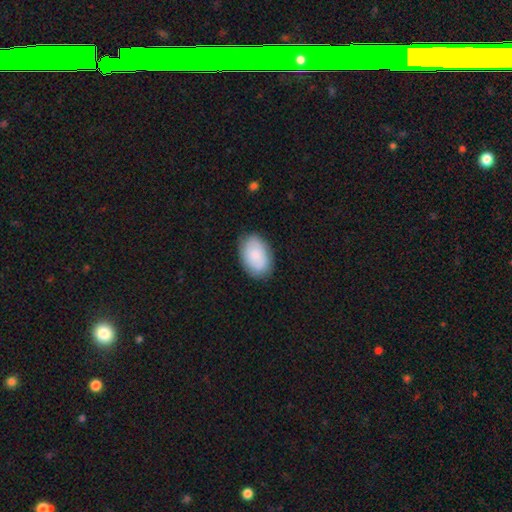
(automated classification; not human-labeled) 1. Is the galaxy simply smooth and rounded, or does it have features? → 79% smooth, 14% featured or disk, 6% star or artifact.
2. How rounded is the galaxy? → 89% in between, 9% round, 1% cigar-shaped.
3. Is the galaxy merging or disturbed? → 82% none, 14% minor disturbance, 3% major disturbance, 1% merger.